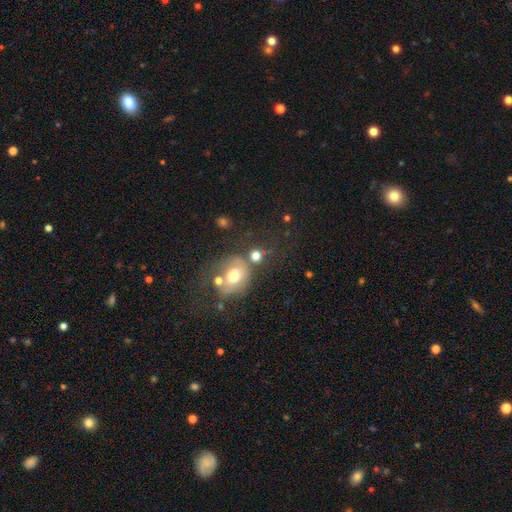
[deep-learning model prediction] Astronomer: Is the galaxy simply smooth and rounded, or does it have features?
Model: smooth — 62%.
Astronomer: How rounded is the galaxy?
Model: round — 72%.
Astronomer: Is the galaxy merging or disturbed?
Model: none — 48% (runner-up: merger, 24%).